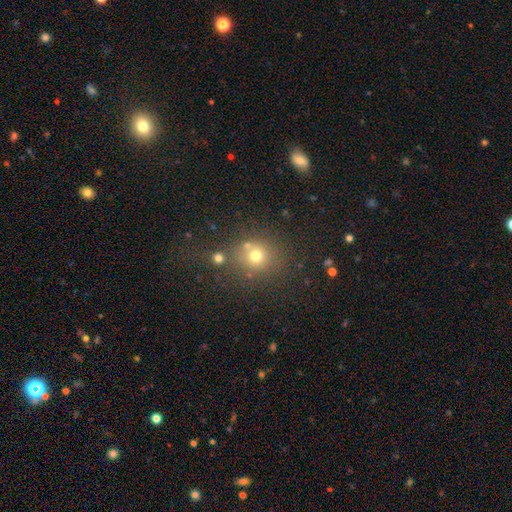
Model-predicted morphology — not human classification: smooth 69%, star or artifact 20%, featured or disk 11%. Down the decision tree: how rounded — round (86%); merging — none (70%).